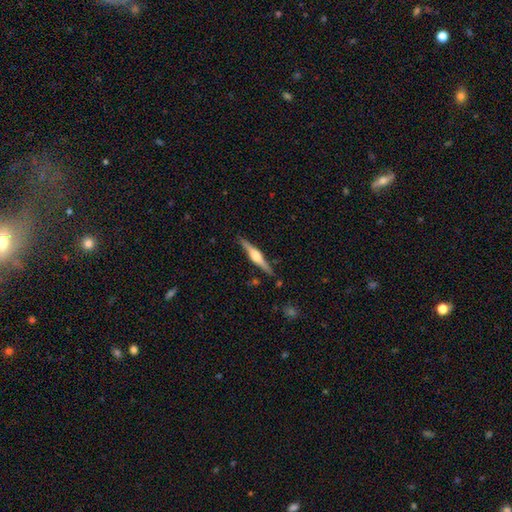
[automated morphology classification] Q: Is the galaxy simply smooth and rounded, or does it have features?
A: featured or disk — 76%.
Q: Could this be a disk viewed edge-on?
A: yes — 98%.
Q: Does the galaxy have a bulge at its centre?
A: rounded — 92%.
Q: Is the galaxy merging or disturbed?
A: none — 88%.